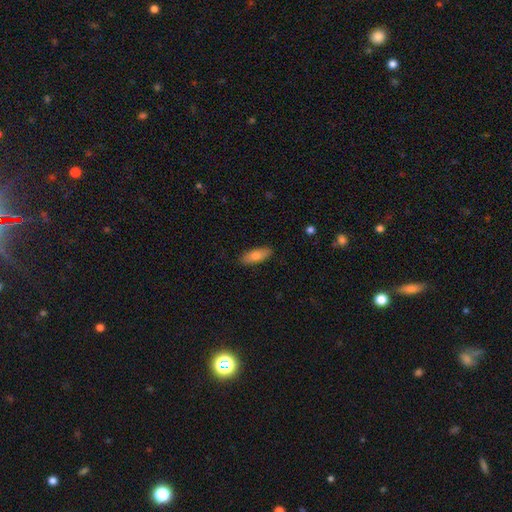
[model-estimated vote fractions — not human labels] Smooth or featured? smooth (76%)
How rounded? in between (69%)
Merging? none (87%)